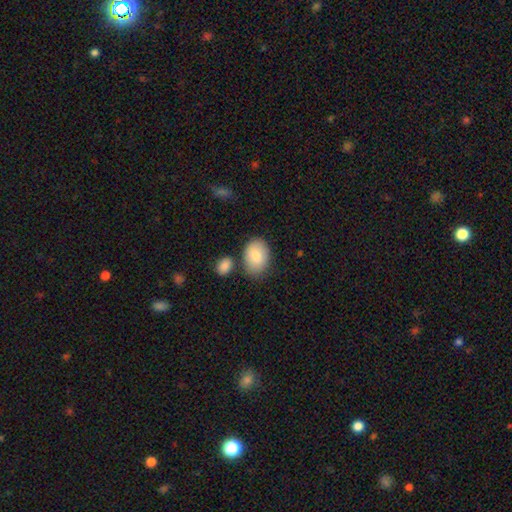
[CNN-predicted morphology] This appears to be a smooth galaxy with no disk features (83%) that is in between round and cigar-shaped (82%). Merging: none (71%).